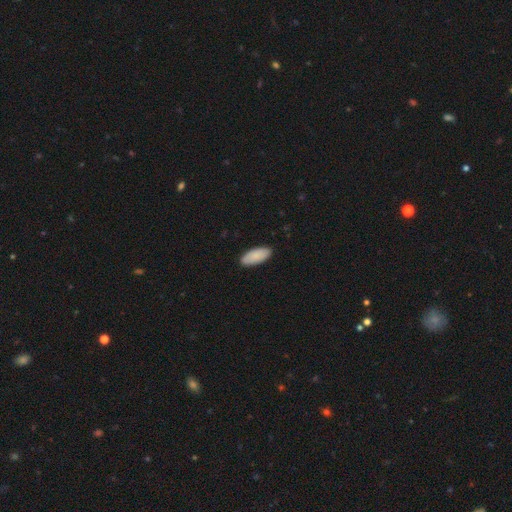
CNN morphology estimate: Smooth or featured? Predicted: smooth (p=0.88). How rounded? Predicted: in between (p=0.89). Merging? Predicted: none (p=0.88).